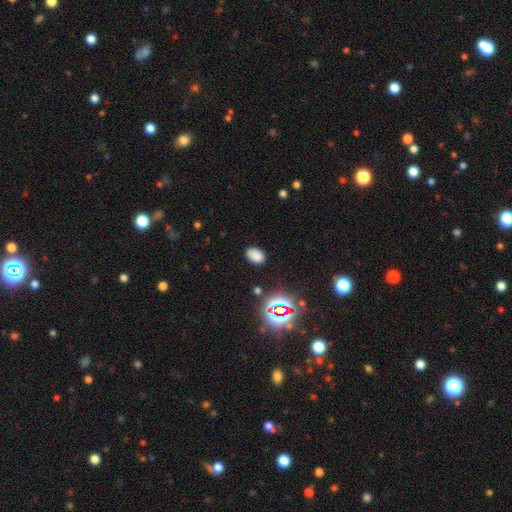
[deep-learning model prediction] smooth-or-featured: smooth: 75% | star or artifact: 18% | featured or disk: 7%
  how-rounded: in between: 78% | round: 21% | cigar-shaped: 1%
  merging: none: 82% | minor disturbance: 12% | major disturbance: 3% | merger: 2%